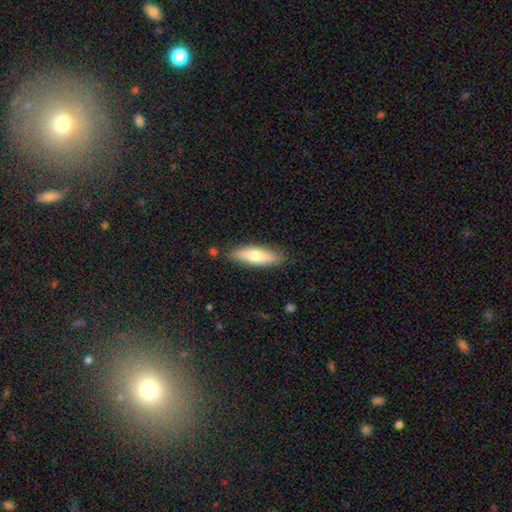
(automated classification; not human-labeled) smooth_or_featured: smooth (p=0.67) [alt: featured or disk p=0.27]
how_rounded: cigar-shaped (p=0.53) [alt: in between p=0.45]
merging: none (p=0.85) [alt: minor disturbance p=0.11]